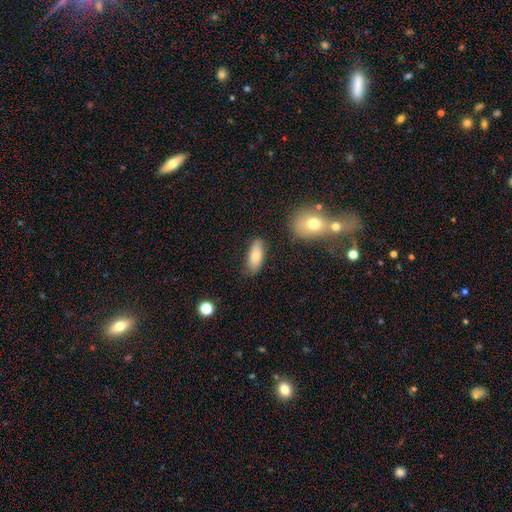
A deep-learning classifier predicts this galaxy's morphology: Smooth or featured? smooth (75%)
How rounded? in between (81%)
Merging? none (75%)